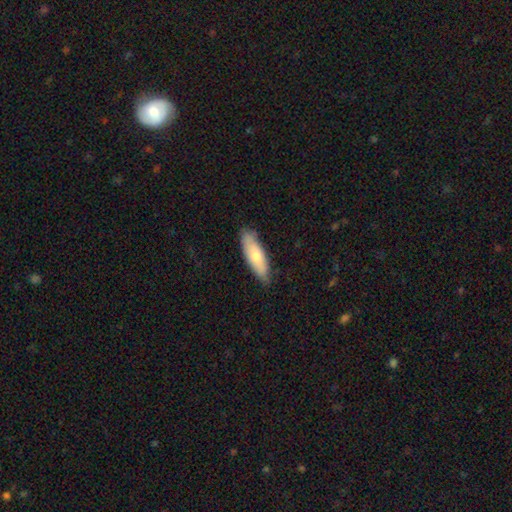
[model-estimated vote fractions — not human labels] This is likely a smooth galaxy (69%). How rounded: possibly in between (54%). Merging: likely none (80%).